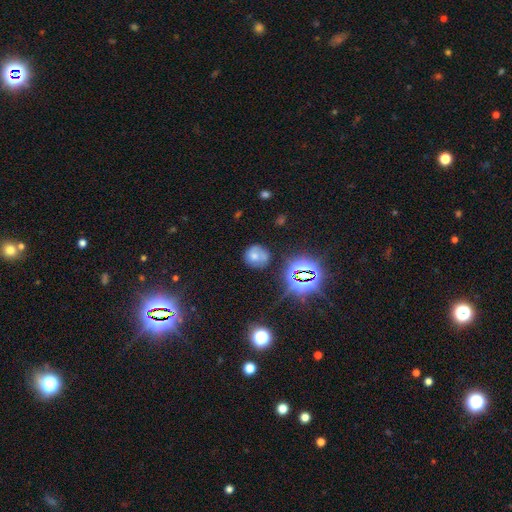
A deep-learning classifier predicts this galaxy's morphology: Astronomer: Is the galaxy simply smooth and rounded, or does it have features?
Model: smooth — 55%.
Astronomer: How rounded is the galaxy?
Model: round — 82%.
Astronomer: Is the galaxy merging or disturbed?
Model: none — 60%.